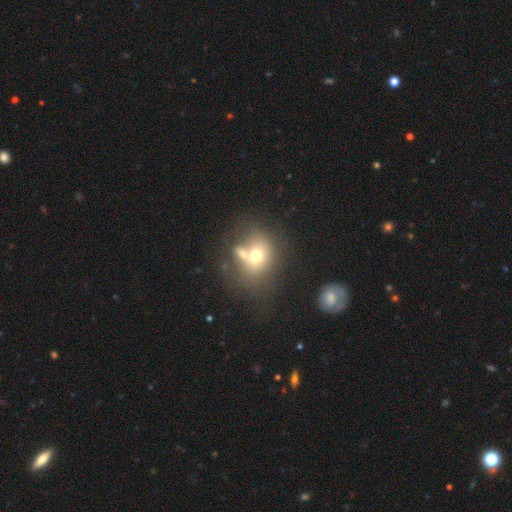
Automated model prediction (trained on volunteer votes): Morphology: type=smooth (63%); roundness=round (54%); merging=merger (40%).